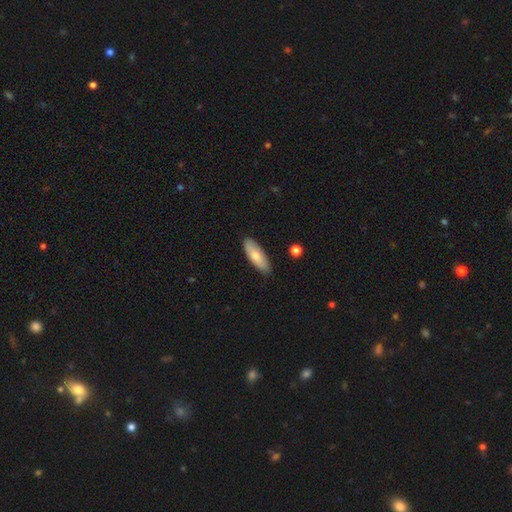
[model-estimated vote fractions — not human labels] Smooth or featured? Predicted: smooth (p=0.73). How rounded? Predicted: in between (p=0.66). Merging? Predicted: none (p=0.85).